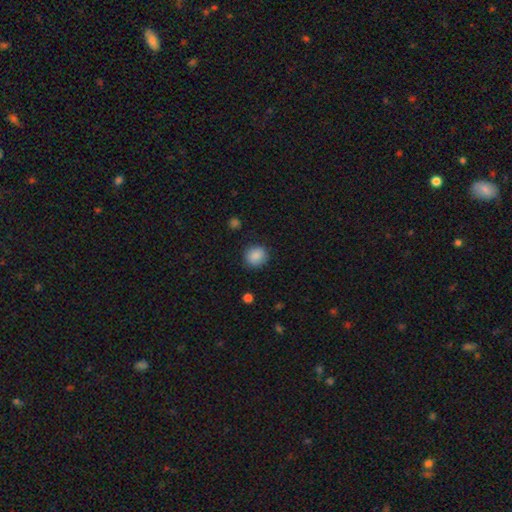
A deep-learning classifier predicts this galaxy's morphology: Smooth or featured? smooth (88%)
How rounded? round (83%)
Merging? none (87%)